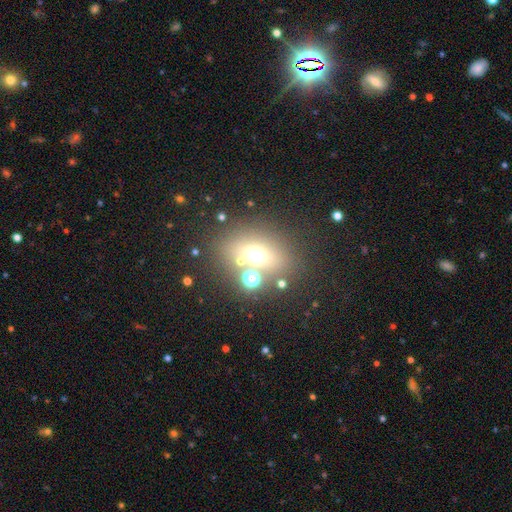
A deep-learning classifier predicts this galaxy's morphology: smooth_or_featured: smooth (p=0.55) [alt: star or artifact p=0.25]
how_rounded: in between (p=0.55) [alt: round p=0.41]
merging: none (p=0.67) [alt: merger p=0.16]